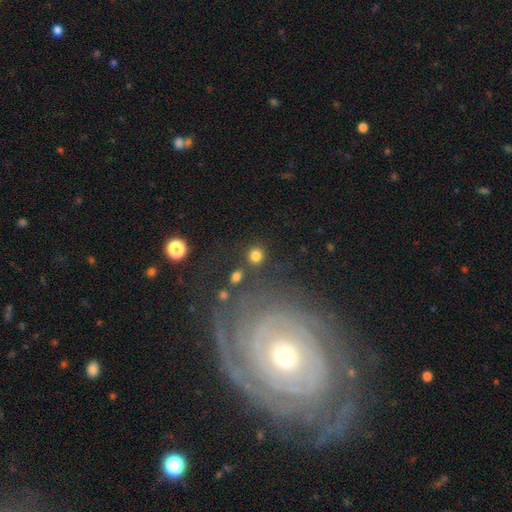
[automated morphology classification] Smooth or featured: smooth — 82% (star or artifact — 12%)
How rounded: round — 88% (in between — 11%)
Merging: none — 82% (minor disturbance — 8%)